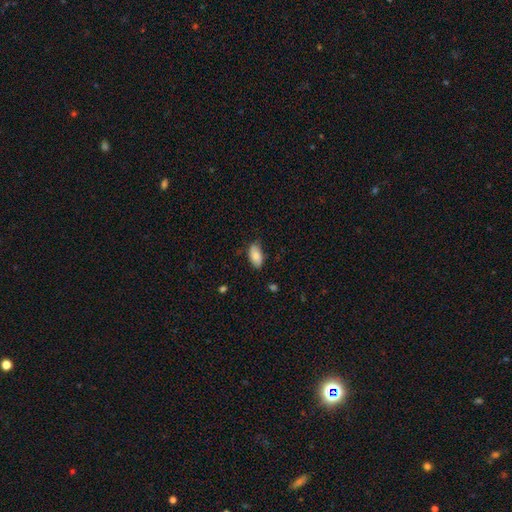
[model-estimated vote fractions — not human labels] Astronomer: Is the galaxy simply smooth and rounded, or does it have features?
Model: smooth — 84%.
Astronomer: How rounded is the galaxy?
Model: in between — 94%.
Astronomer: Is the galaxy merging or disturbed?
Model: none — 74%.